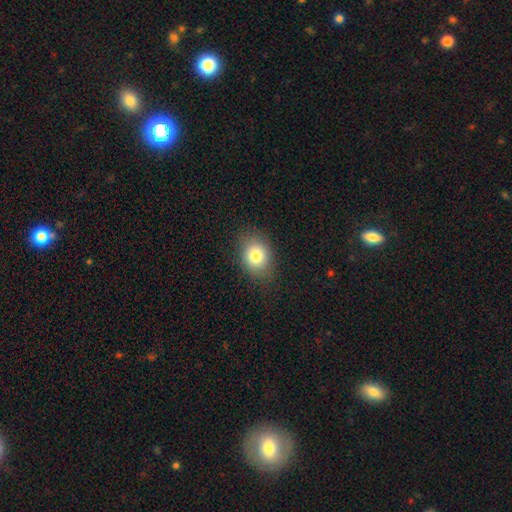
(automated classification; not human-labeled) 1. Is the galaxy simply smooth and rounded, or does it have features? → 80% smooth, 11% star or artifact, 9% featured or disk.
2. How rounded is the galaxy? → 53% in between, 46% round, 1% cigar-shaped.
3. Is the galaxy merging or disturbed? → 84% none, 12% minor disturbance, 4% major disturbance, 1% merger.